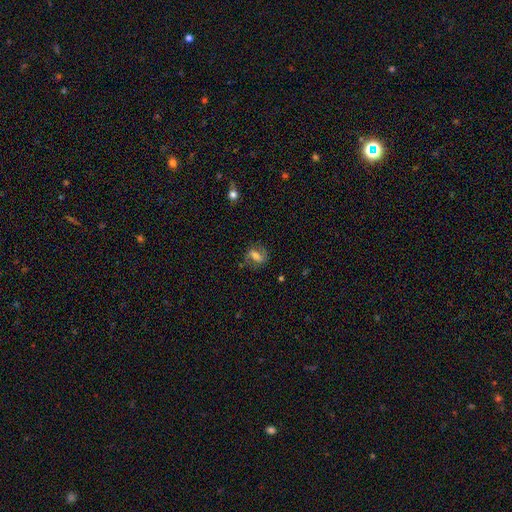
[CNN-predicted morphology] Smooth or featured: featured or disk — 45% (tied with smooth — 45%)
Merging: none — 66% (minor disturbance — 20%)